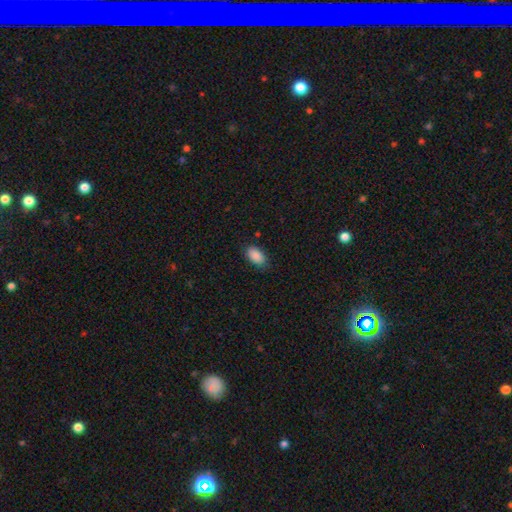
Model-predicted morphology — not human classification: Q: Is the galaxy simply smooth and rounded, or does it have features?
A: smooth — 89%.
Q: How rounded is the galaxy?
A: in between — 93%.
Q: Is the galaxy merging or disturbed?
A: none — 82%.